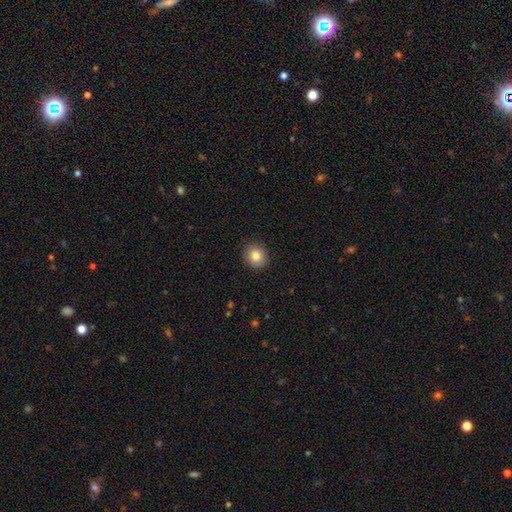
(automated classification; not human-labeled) Smooth or featured: smooth — 83% (star or artifact — 9%)
How rounded: round — 85% (in between — 14%)
Merging: none — 90% (minor disturbance — 7%)